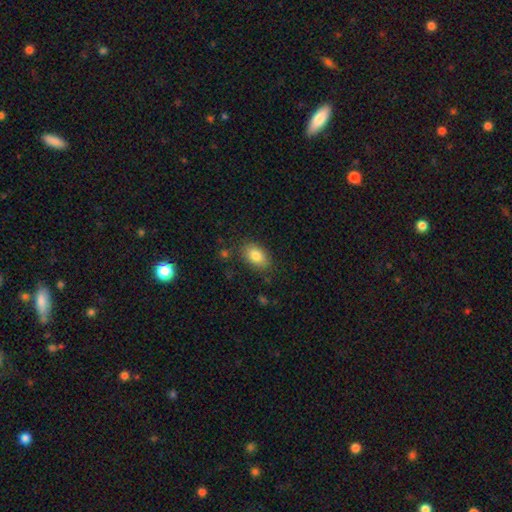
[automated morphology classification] The model was most divided on "merging": none: 80%, minor disturbance: 14%, major disturbance: 4%, merger: 2%. More confident: how rounded — in between (87%); smooth or featured — smooth (83%).